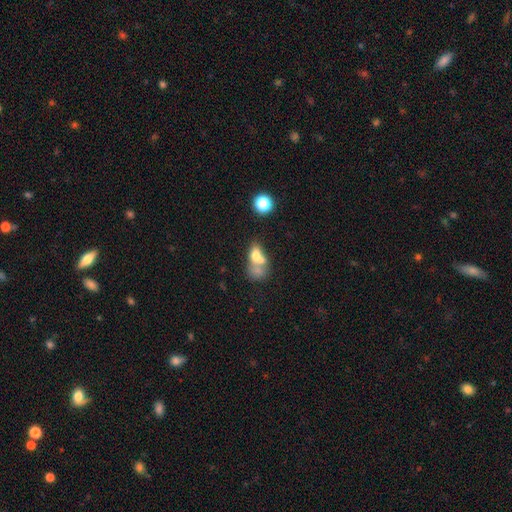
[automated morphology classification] type=smooth (61%); roundness=in between (67%); merging=merger (64%).